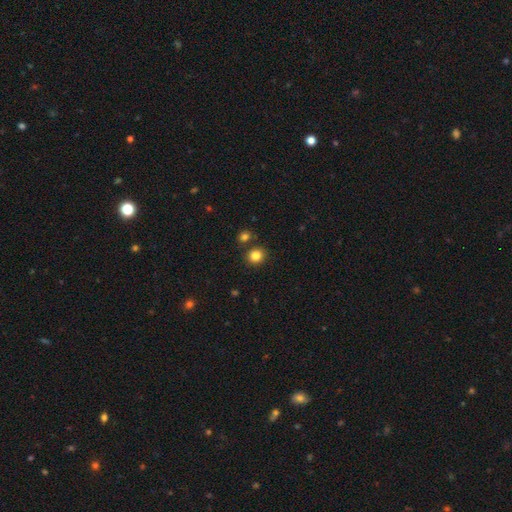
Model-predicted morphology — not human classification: smooth-or-featured: smooth: 83% | star or artifact: 12% | featured or disk: 5%
  how-rounded: round: 84% | in between: 16% | cigar-shaped: 1%
  merging: none: 81% | merger: 8% | minor disturbance: 8% | major disturbance: 2%